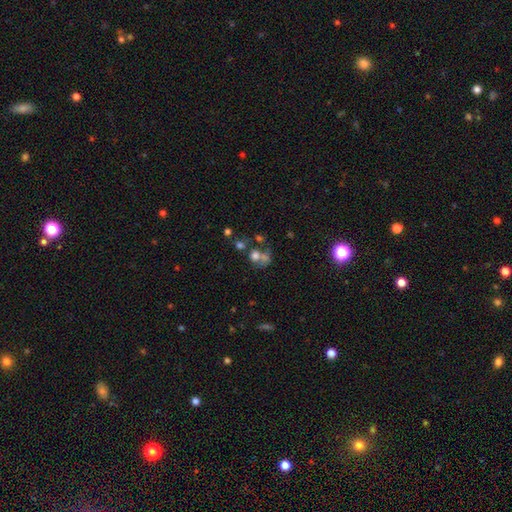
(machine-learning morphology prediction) Smooth or featured?
  - smooth: 60% *
  - featured or disk: 20%
  - star or artifact: 20%
How rounded?
  - round: 71% *
  - in between: 27%
  - cigar-shaped: 1%
Merging?
  - merger: 43% *
  - none: 34%
  - major disturbance: 12%
  - minor disturbance: 10%